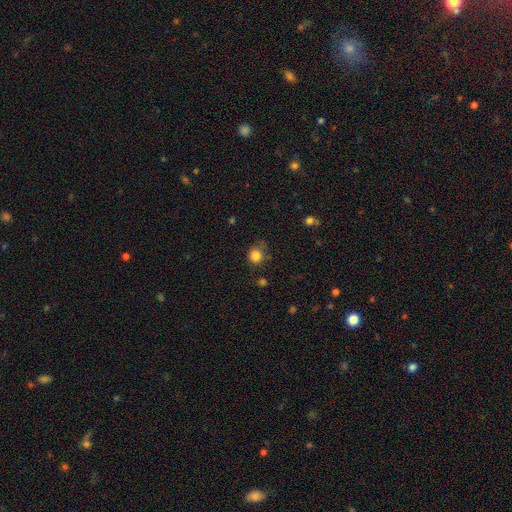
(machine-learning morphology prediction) smooth 84%, star or artifact 11%, featured or disk 5%. Down the decision tree: how rounded — round (83%); merging — none (66%).